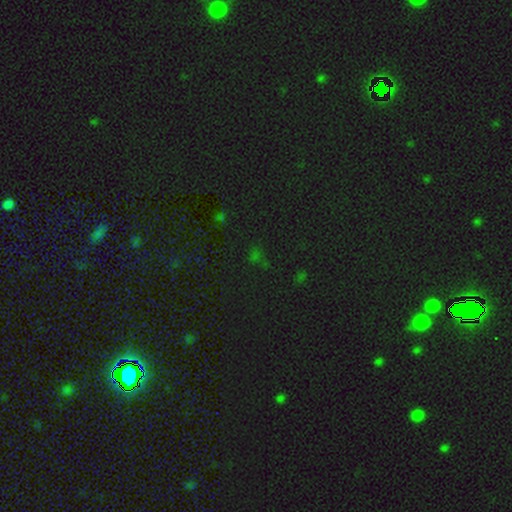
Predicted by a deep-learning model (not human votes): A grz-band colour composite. It shows a star or artifact, not a galaxy (69%).